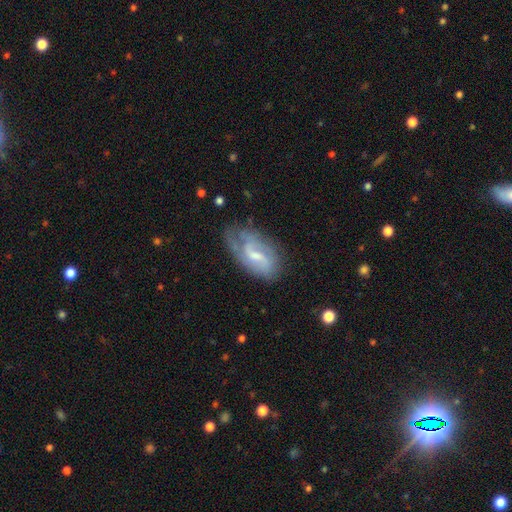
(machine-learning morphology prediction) A featured or disk galaxy (69%) with a weak bar (57%), 2 (53%) medium (43%) spiral arms (83%) and a small central bulge (47%). Merging: none (52%).